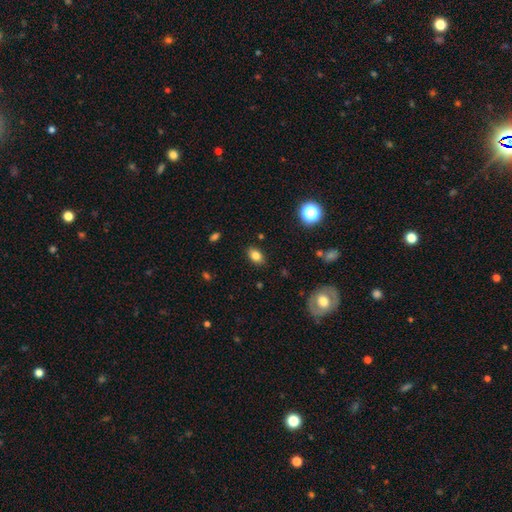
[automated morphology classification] Smooth or featured? smooth (81%)
How rounded? in between (82%)
Merging? none (86%)